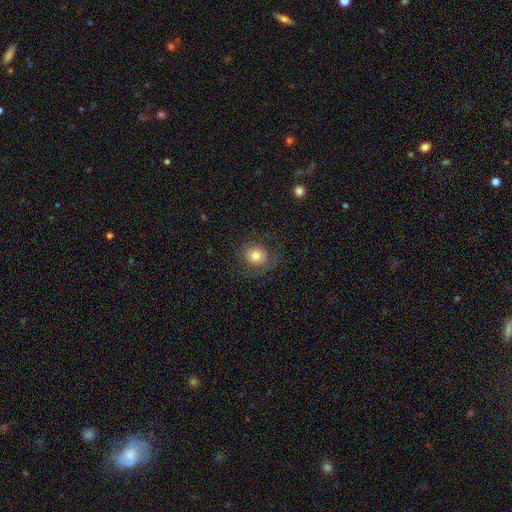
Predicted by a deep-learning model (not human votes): smooth 74%, featured or disk 16%, star or artifact 10%. Down the decision tree: how rounded — round (76%); merging — none (74%).